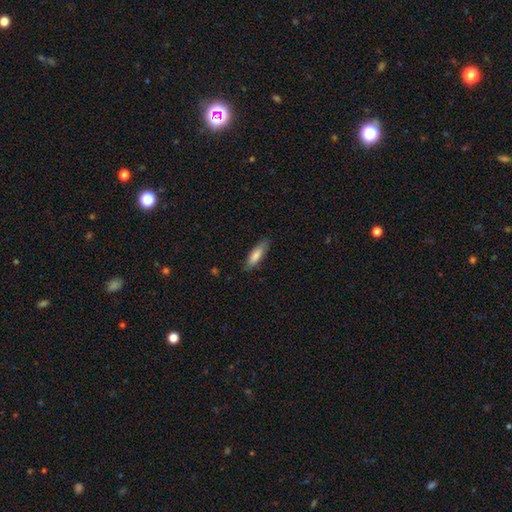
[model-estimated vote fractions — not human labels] smooth-or-featured: smooth: 83% | featured or disk: 11% | star or artifact: 6%
  how-rounded: cigar-shaped: 50% | in between: 48% | round: 1%
  merging: none: 81% | minor disturbance: 15% | major disturbance: 3% | merger: 1%